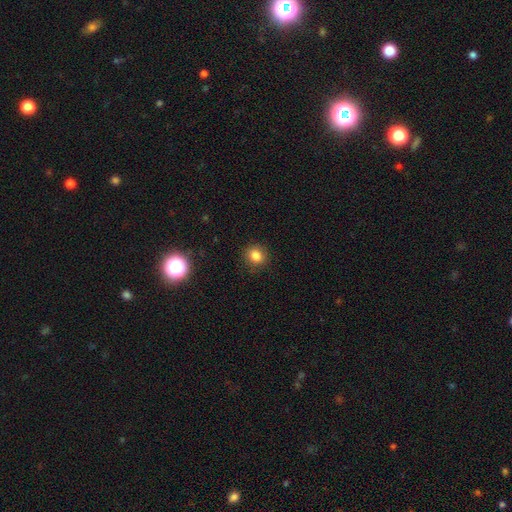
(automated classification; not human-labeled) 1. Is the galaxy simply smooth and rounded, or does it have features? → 82% smooth, 13% star or artifact, 5% featured or disk.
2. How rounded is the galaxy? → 75% round, 24% in between, 1% cigar-shaped.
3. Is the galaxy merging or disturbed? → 88% none, 8% minor disturbance, 3% major disturbance, 1% merger.